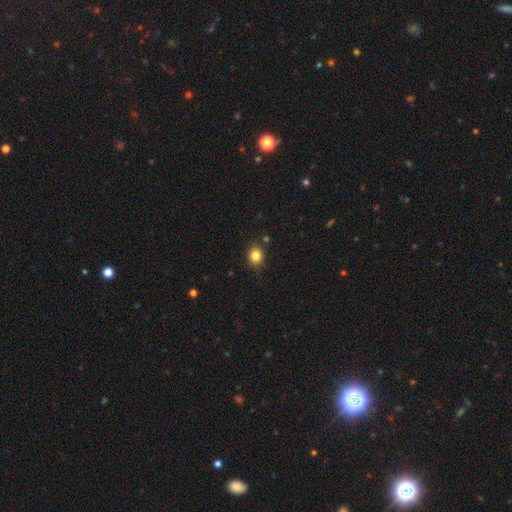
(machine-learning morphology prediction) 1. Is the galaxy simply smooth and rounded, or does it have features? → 83% smooth, 11% star or artifact, 6% featured or disk.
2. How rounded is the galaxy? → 65% round, 34% in between, 1% cigar-shaped.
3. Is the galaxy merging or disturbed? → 84% none, 11% minor disturbance, 3% major disturbance, 2% merger.